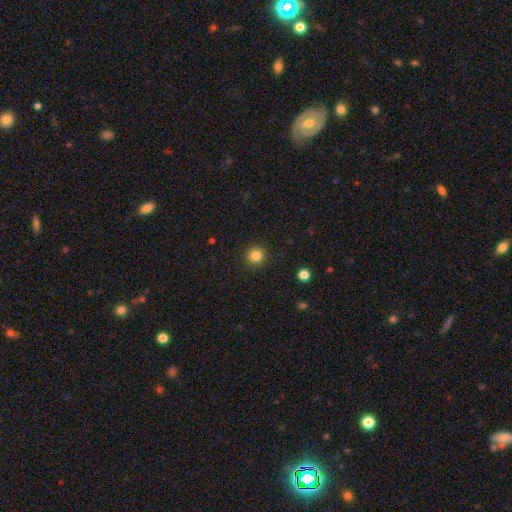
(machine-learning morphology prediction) smooth 84%, star or artifact 12%, featured or disk 5%. Down the decision tree: how rounded — round (94%); merging — none (92%).